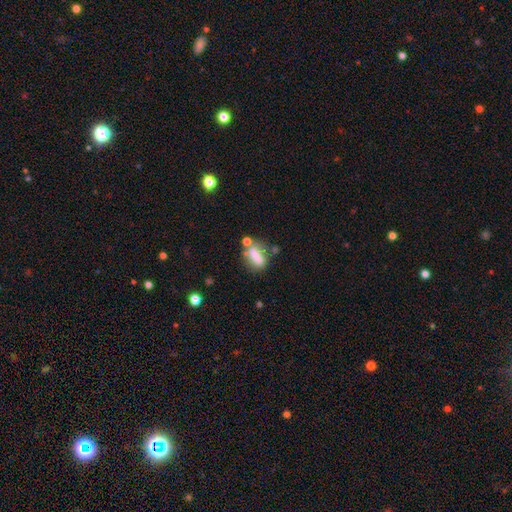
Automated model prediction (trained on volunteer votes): smooth_or_featured: smooth (p=0.69) [alt: featured or disk p=0.20]
how_rounded: in between (p=0.67) [alt: cigar-shaped p=0.23]
merging: none (p=0.48) [alt: merger p=0.22]